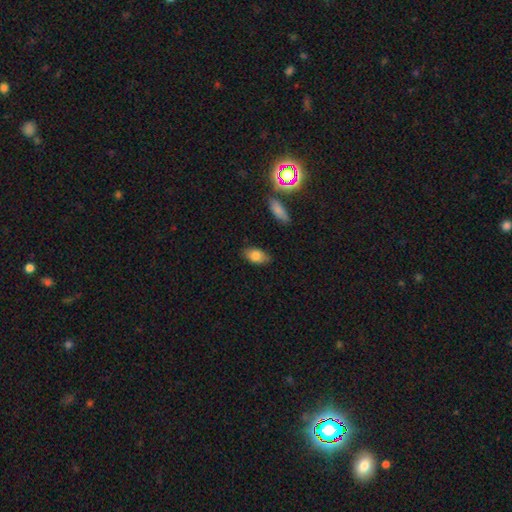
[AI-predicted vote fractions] Smooth or featured? Predicted: smooth (p=0.80). How rounded? Predicted: in between (p=0.90). Merging? Predicted: none (p=0.83).